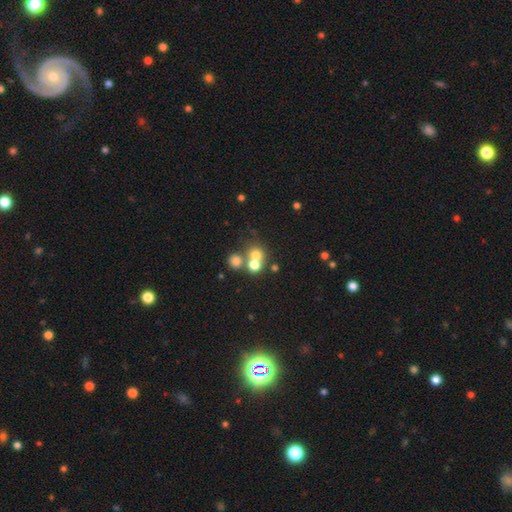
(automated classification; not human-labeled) This is likely a smooth galaxy (66%). How rounded: clearly round (84%). Merging: marginally none (45%).